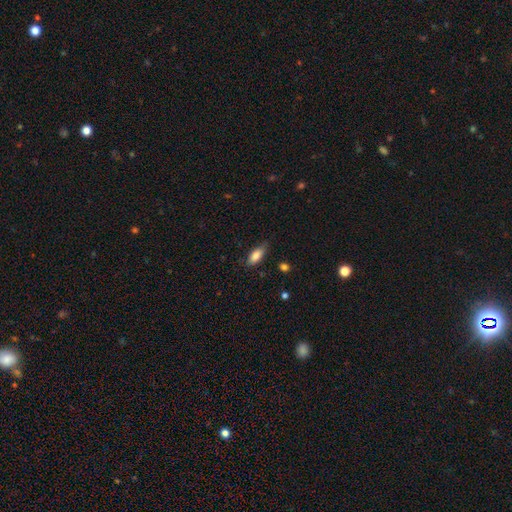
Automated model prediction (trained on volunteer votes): smooth_or_featured: smooth (p=0.84) [alt: featured or disk p=0.09]
how_rounded: in between (p=0.80) [alt: cigar-shaped p=0.17]
merging: none (p=0.74) [alt: minor disturbance p=0.20]